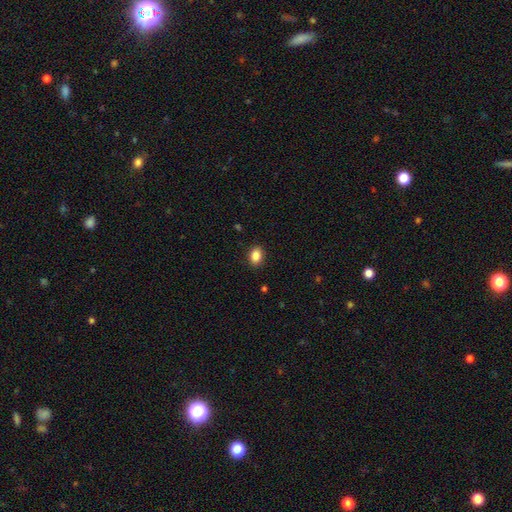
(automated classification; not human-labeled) Smooth or featured? Predicted: smooth (p=0.87). How rounded? Predicted: in between (p=0.71). Merging? Predicted: none (p=0.89).